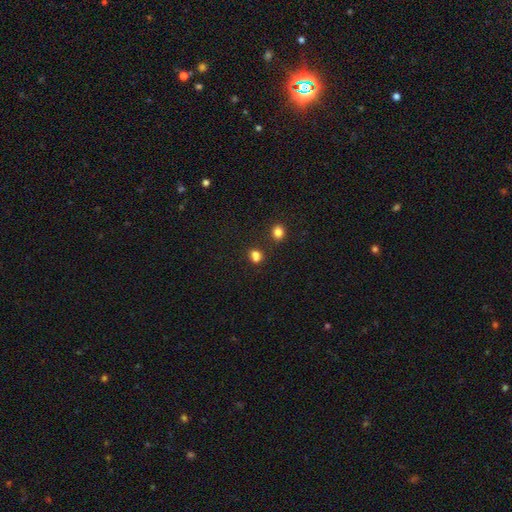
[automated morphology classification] smooth_or_featured: smooth (p=0.77) [alt: star or artifact p=0.17]
how_rounded: round (p=0.55) [alt: in between p=0.43]
merging: none (p=0.58) [alt: merger p=0.25]